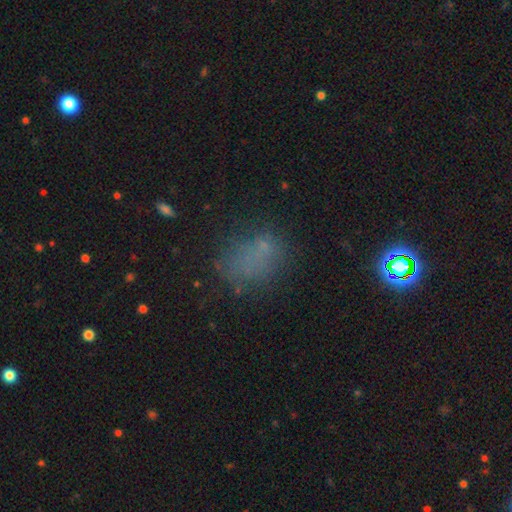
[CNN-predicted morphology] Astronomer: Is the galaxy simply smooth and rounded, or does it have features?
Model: smooth — 53% (runner-up: star or artifact, 29%).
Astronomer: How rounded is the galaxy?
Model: in between — 65%.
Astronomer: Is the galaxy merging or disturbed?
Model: none — 55%.